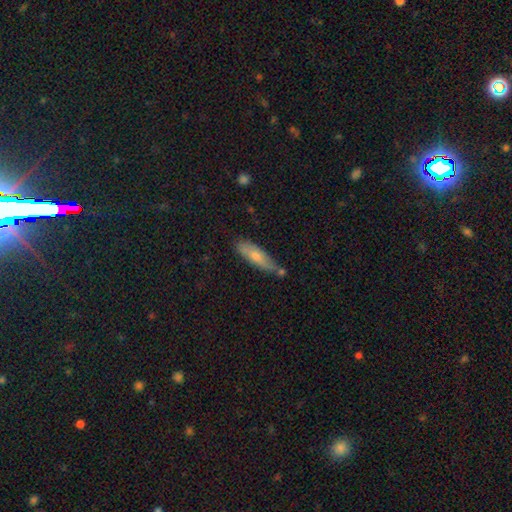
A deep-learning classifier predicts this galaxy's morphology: This appears to be a smooth galaxy with no disk features (69%) that is cigar-shaped (60%). Merging: none (60%).